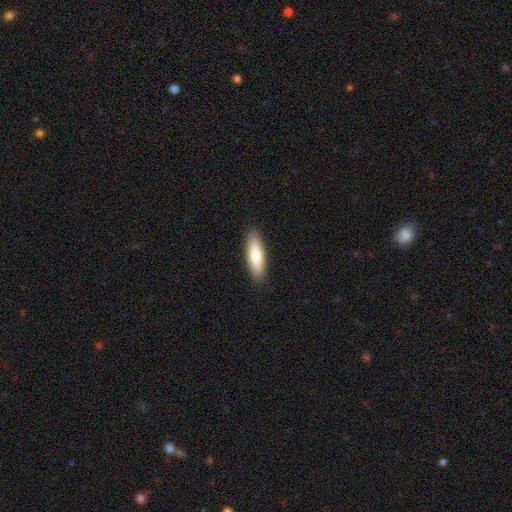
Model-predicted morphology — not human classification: Overall: smooth (76%). How rounded: cigar-shaped (57%; in between 42%). Merging: none (89%).